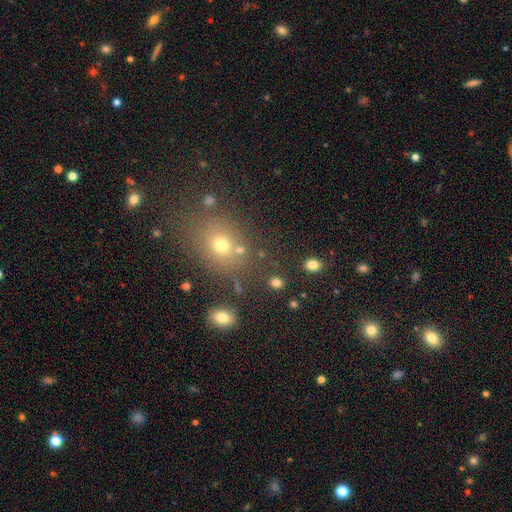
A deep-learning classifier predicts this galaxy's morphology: A smooth galaxy with no disk features (54%) that is round (65%).

Vote fractions:
- Smooth or featured? smooth: 54% / star or artifact: 36% / featured or disk: 11%
- How rounded? round: 65% / in between: 33% / cigar-shaped: 2%
- Merging? none: 76% / minor disturbance: 11% / merger: 9% / major disturbance: 5%